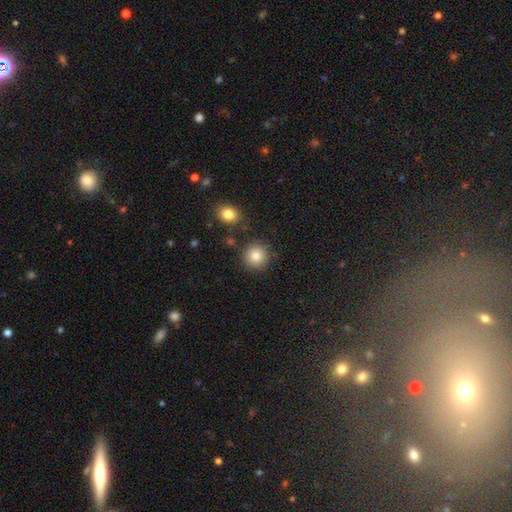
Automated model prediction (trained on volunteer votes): A smooth galaxy with no disk features (85%) that is round (91%). Merging: none (86%).